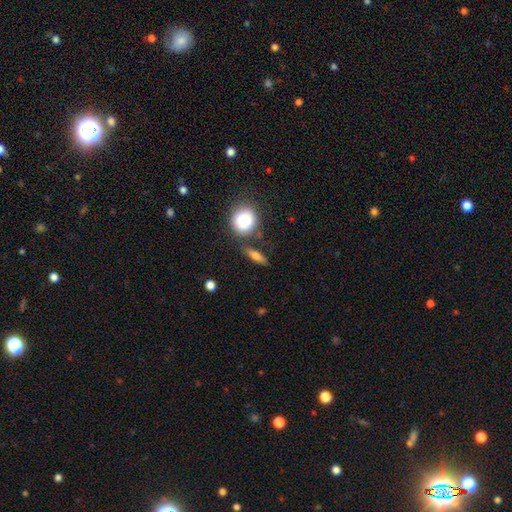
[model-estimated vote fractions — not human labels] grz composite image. It shows a smooth galaxy with no disk features (64%) that is cigar-shaped (43%). Merging: none (78%).